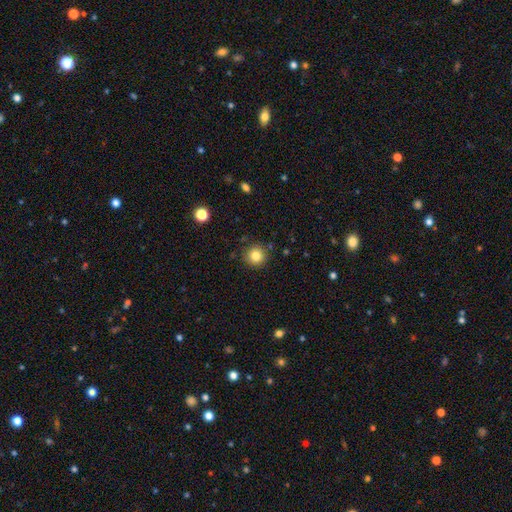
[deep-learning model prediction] smooth 84%, star or artifact 11%, featured or disk 6%. Down the decision tree: how rounded — round (93%); merging — none (88%).